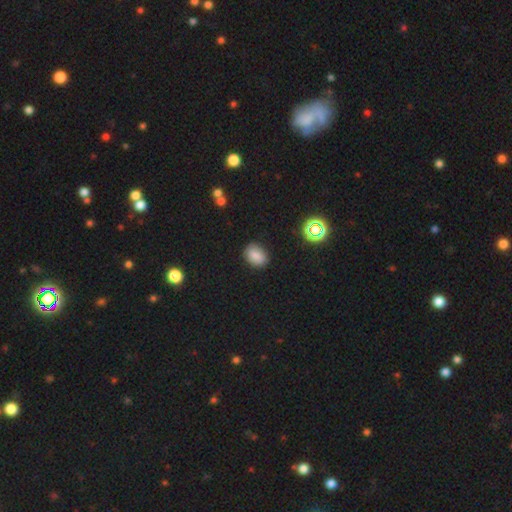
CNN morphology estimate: Smooth or featured: smooth — 81% (star or artifact — 12%)
How rounded: in between — 73% (round — 26%)
Merging: none — 84% (minor disturbance — 12%)